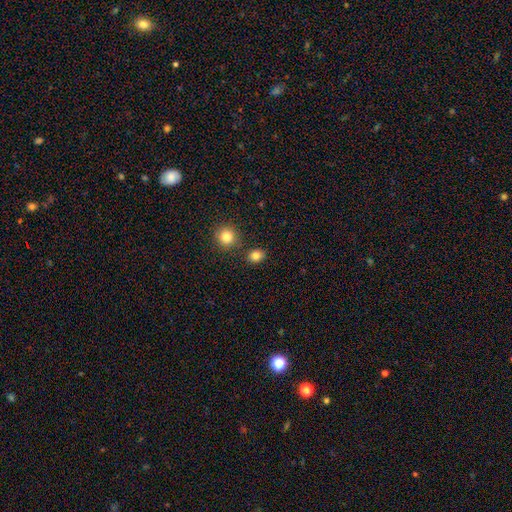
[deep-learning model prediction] smooth 83%, star or artifact 12%, featured or disk 5%. Down the decision tree: how rounded — round (60%); merging — none (82%).